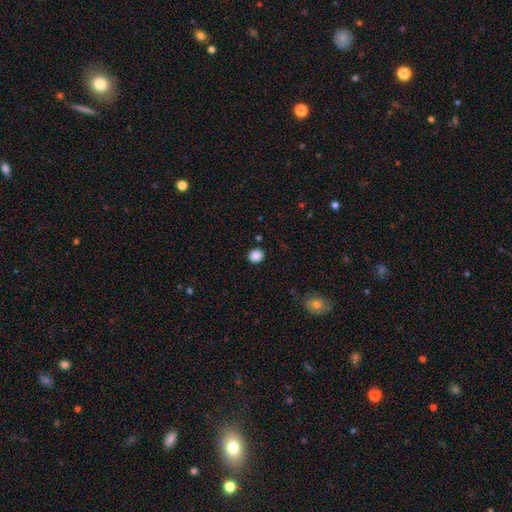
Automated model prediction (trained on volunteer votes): Morphology: type=smooth (88%); roundness=round (79%); merging=none (90%).